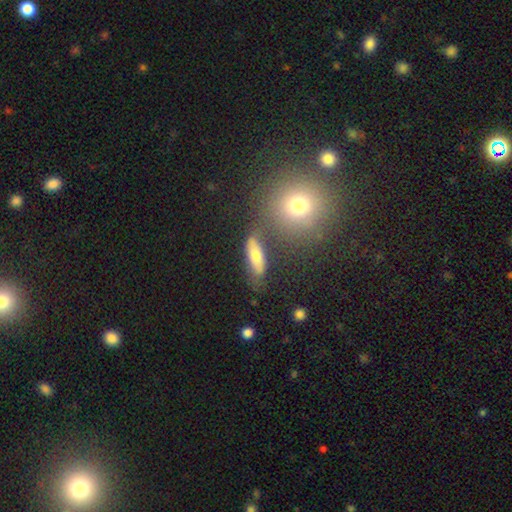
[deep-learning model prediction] Smooth or featured? Predicted: smooth (p=0.62). How rounded? Predicted: in between (p=0.53). Merging? Predicted: none (p=0.66).